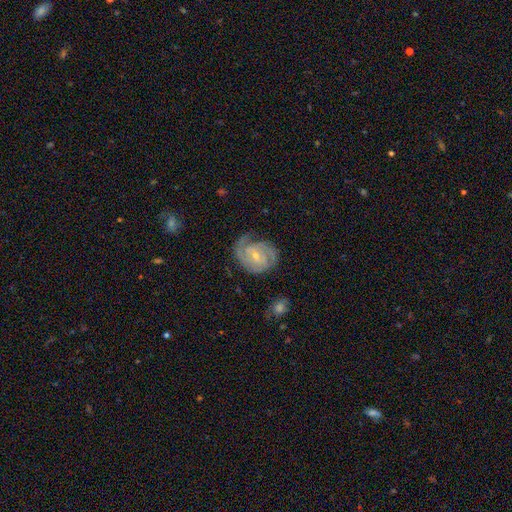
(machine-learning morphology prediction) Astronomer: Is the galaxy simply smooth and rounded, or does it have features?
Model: featured or disk — 85%.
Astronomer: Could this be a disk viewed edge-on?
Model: no — 98%.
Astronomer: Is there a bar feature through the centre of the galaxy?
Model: weak — 48% (runner-up: no, 39%).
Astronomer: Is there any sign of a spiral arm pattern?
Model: yes — 96%.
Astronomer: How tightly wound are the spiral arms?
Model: tight — 60%.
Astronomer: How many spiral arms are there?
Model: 2 — 46% (runner-up: 3, 21%).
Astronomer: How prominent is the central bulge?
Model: small — 64%.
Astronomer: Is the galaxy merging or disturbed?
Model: none — 67%.